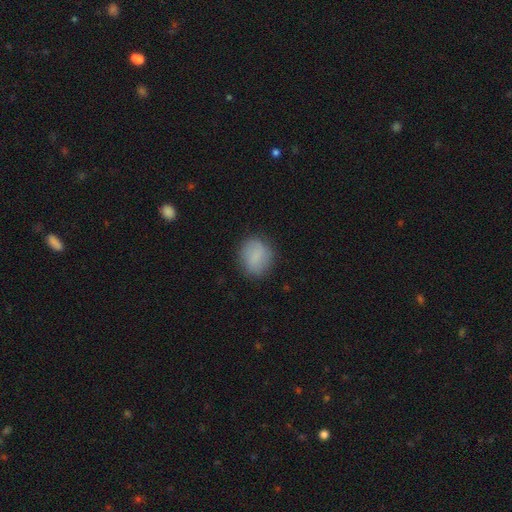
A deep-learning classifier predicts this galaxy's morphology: Smooth or featured? smooth (82%)
How rounded? round (75%)
Merging? none (82%)